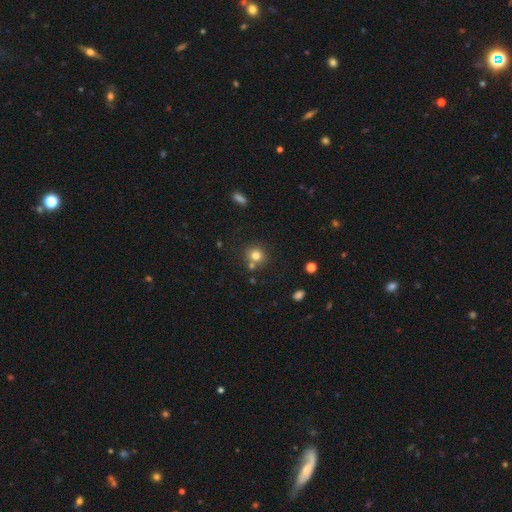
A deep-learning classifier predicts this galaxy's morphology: A smooth galaxy with no disk features (78%) that is round (88%).

Vote fractions:
- Smooth or featured? smooth: 78% / star or artifact: 13% / featured or disk: 9%
- How rounded? round: 88% / in between: 11% / cigar-shaped: 1%
- Merging? none: 69% / merger: 18% / minor disturbance: 9% / major disturbance: 3%